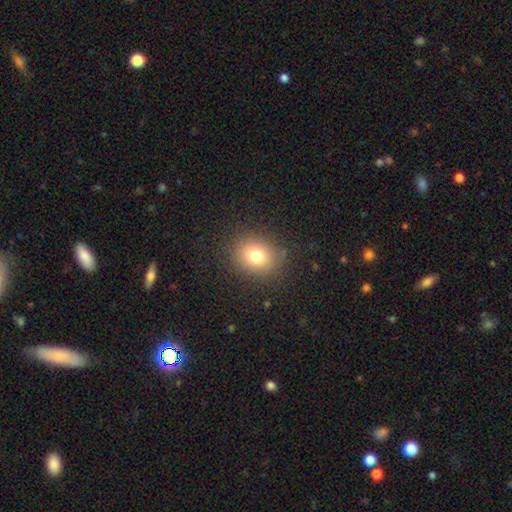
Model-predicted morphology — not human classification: smooth 77%, star or artifact 14%, featured or disk 10%. Down the decision tree: how rounded — round (70%); merging — none (86%).